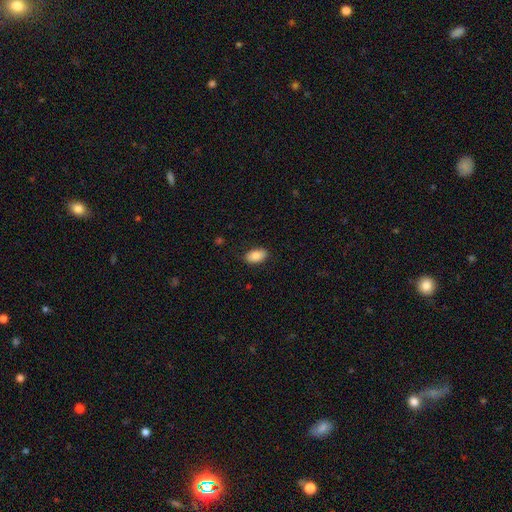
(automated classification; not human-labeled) smooth_or_featured: smooth (p=0.84) [alt: featured or disk p=0.09]
how_rounded: in between (p=0.92) [alt: round p=0.06]
merging: none (p=0.87) [alt: minor disturbance p=0.10]